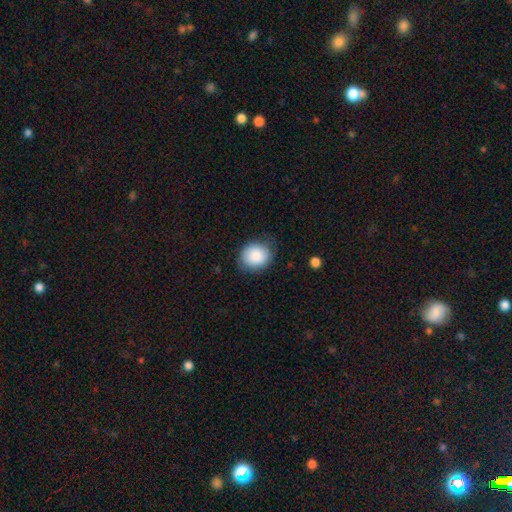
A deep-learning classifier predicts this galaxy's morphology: smooth-or-featured: smooth: 87% | star or artifact: 7% | featured or disk: 6%
  how-rounded: round: 69% | in between: 30% | cigar-shaped: 1%
  merging: none: 77% | minor disturbance: 17% | major disturbance: 4% | merger: 1%